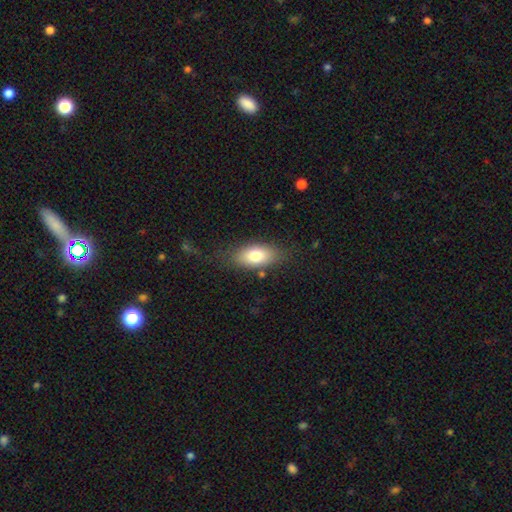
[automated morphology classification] This is likely a smooth galaxy (77%). How rounded: clearly in between (89%). Merging: likely none (77%).